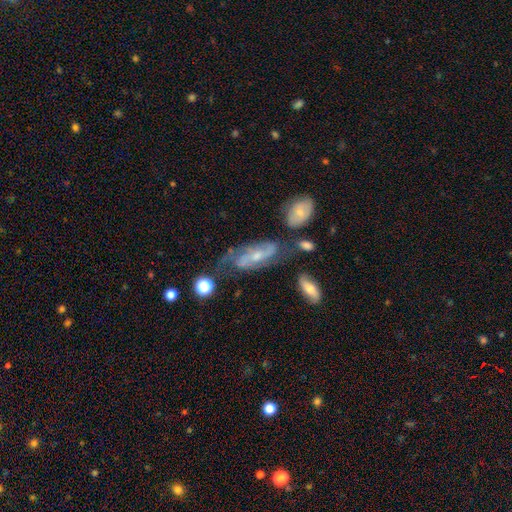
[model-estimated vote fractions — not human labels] Morphology: type=featured or disk (78%); edge-on=no (89%); bar=weak (40%); spiral arms=yes (91%); winding=medium (45%); arm count=2 (71%); bulge=small (59%); merging=none (57%).